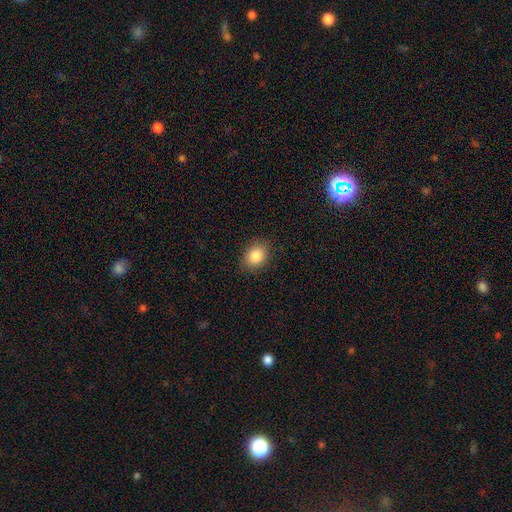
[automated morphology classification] smooth_or_featured: smooth (p=0.86) [alt: star or artifact p=0.09]
how_rounded: in between (p=0.60) [alt: round p=0.39]
merging: none (p=0.87) [alt: minor disturbance p=0.10]